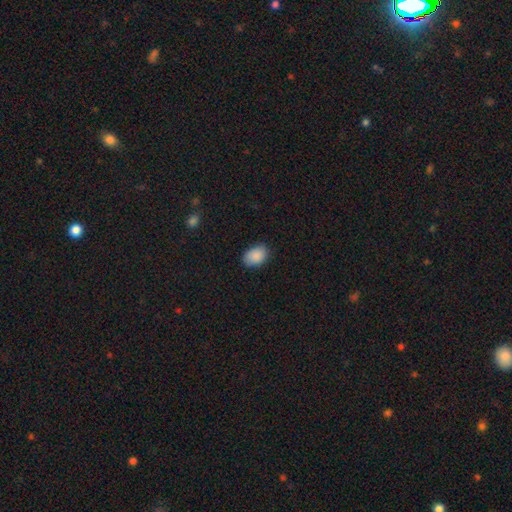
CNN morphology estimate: type=smooth (89%); roundness=in between (85%); merging=none (83%).